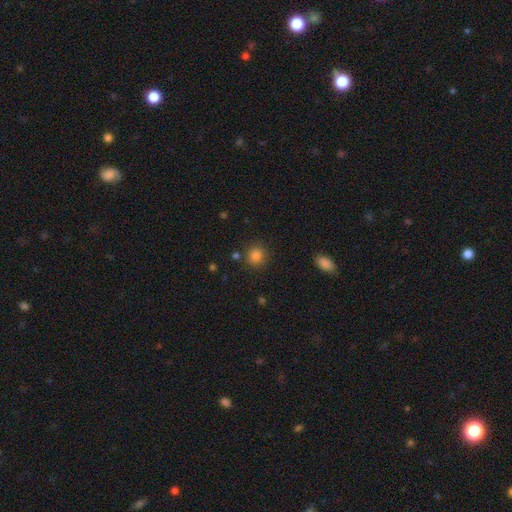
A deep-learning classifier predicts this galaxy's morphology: This appears to be a smooth galaxy with no disk features (84%) that is round (87%). Merging: none (85%).